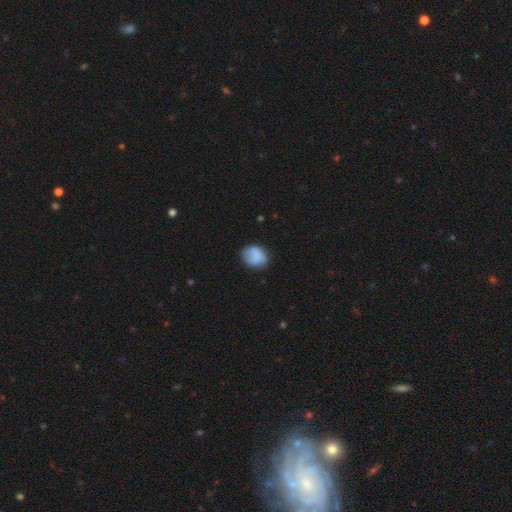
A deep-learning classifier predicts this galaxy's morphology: Overall: smooth (83%). How rounded: round (57%; in between 42%). Merging: none (72%).